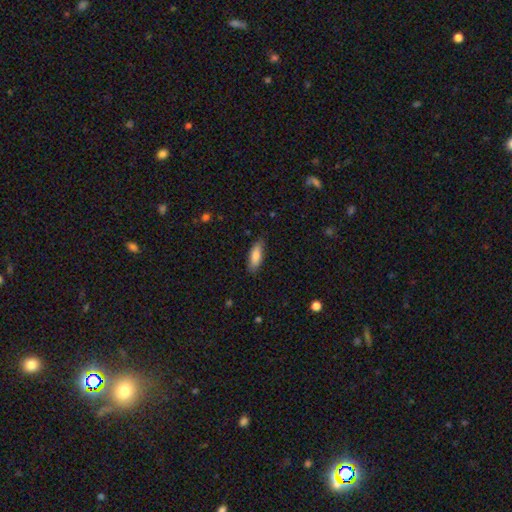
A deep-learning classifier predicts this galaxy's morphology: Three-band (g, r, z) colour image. It shows a smooth galaxy with no disk features (81%) that is in between round and cigar-shaped (60%). Merging: none (83%).